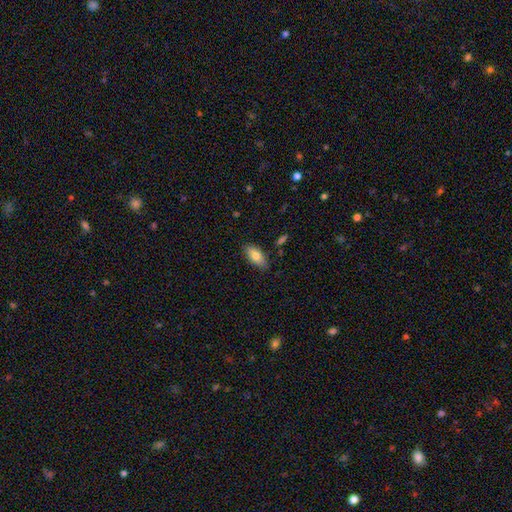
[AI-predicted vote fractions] Smooth or featured? Predicted: smooth (p=0.77). How rounded? Predicted: in between (p=0.88). Merging? Predicted: none (p=0.84).